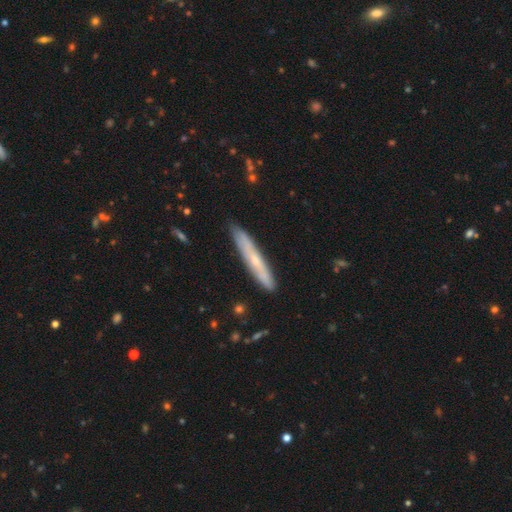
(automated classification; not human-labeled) Overall: featured or disk (48%; smooth 43%). Merging: none (85%).